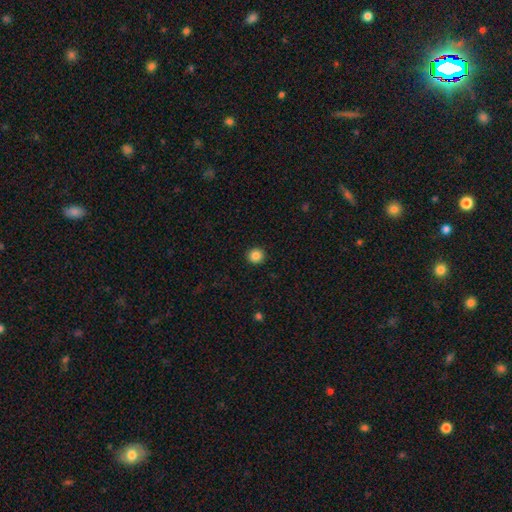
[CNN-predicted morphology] smooth 86%, star or artifact 10%, featured or disk 4%. Down the decision tree: how rounded — round (94%); merging — none (93%).